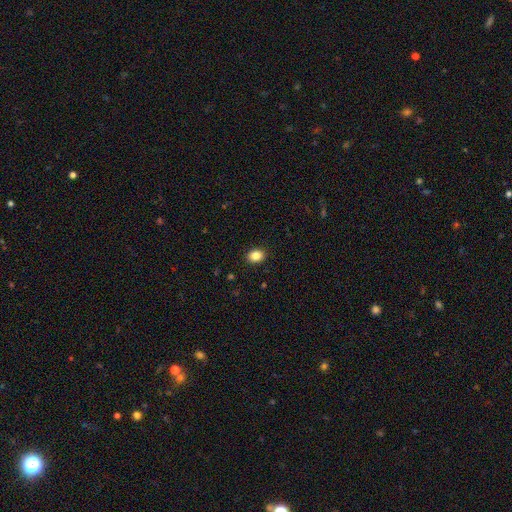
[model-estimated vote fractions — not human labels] Q: Smooth or featured?
A: smooth (86%); runner-up: star or artifact (9%)
Q: How rounded?
A: in between (62%); runner-up: round (37%)
Q: Merging?
A: none (91%); runner-up: minor disturbance (7%)